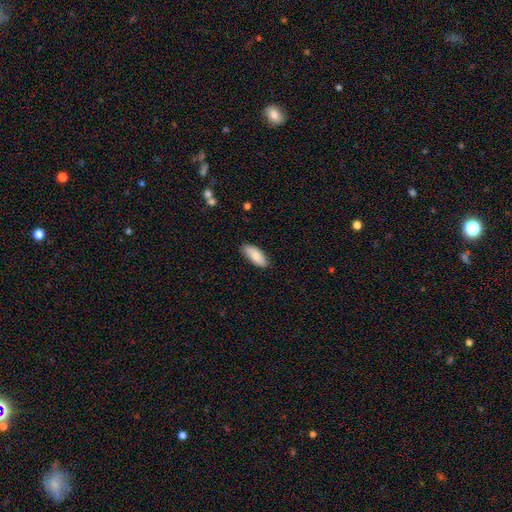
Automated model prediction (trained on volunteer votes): Smooth or featured? smooth (82%)
How rounded? in between (82%)
Merging? none (82%)